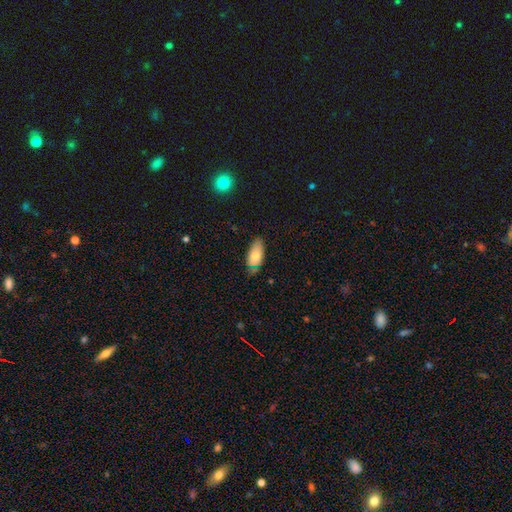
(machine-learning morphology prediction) This appears to be a smooth galaxy with no disk features (77%) that is in between round and cigar-shaped (88%). Merging: none (65%).